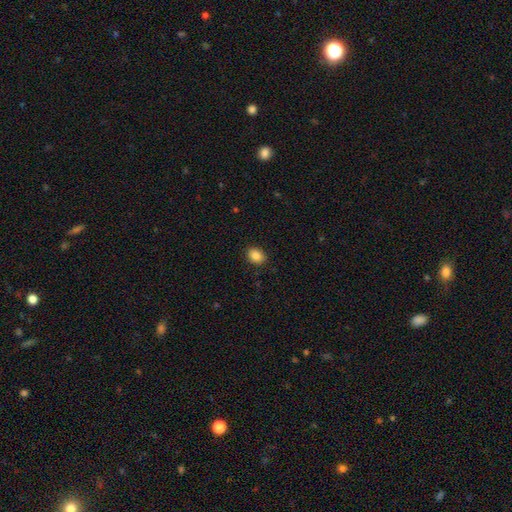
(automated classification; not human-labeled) A smooth galaxy with no disk features (87%) that is in between round and cigar-shaped (67%).

Vote fractions:
- Smooth or featured? smooth: 87% / star or artifact: 9% / featured or disk: 4%
- How rounded? in between: 67% / round: 32% / cigar-shaped: 1%
- Merging? none: 89% / minor disturbance: 8% / major disturbance: 2% / merger: 1%